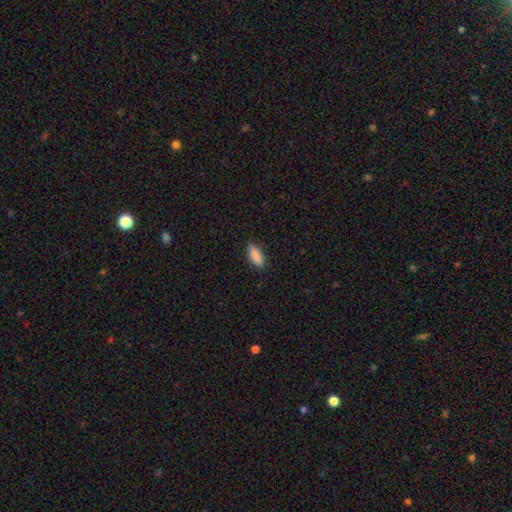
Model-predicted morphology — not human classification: The model was most divided on "how rounded": in between: 64%, cigar-shaped: 34%, round: 2%. More confident: smooth or featured — smooth (87%); merging — none (86%).